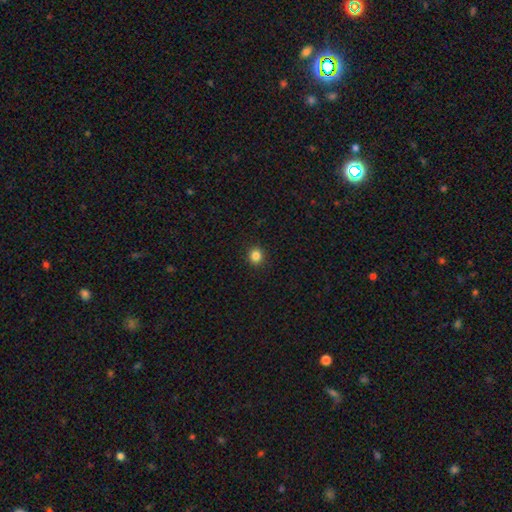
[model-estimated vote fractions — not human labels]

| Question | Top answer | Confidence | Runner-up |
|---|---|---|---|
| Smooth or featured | smooth | 84% | star or artifact (12%) |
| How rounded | round | 87% | in between (12%) |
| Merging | none | 93% | minor disturbance (5%) |